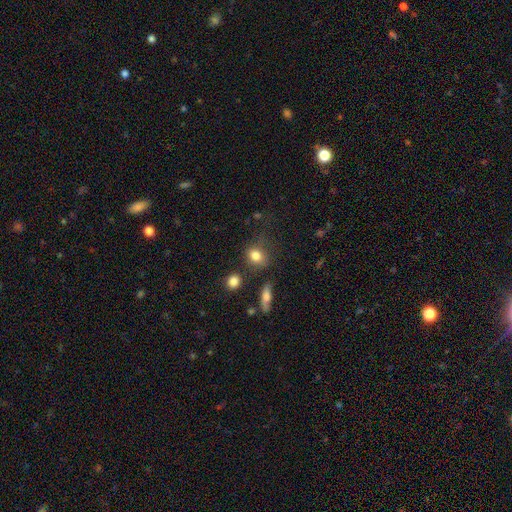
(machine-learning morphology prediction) Overall: smooth (81%). How rounded: round (57%; in between 41%). Merging: none (68%).